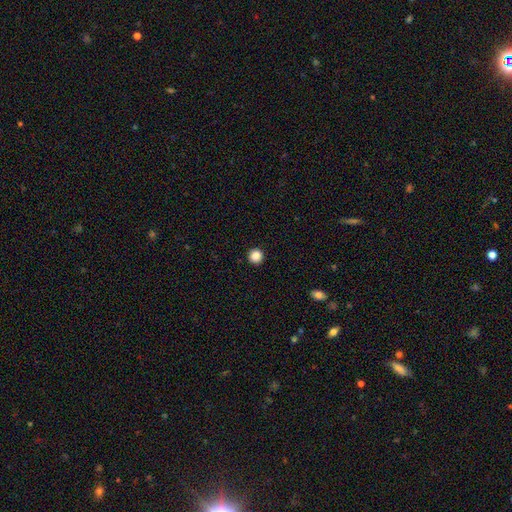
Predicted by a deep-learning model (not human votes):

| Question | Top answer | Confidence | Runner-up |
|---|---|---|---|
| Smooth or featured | smooth | 87% | star or artifact (10%) |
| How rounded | round | 96% | in between (3%) |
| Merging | none | 93% | minor disturbance (4%) |